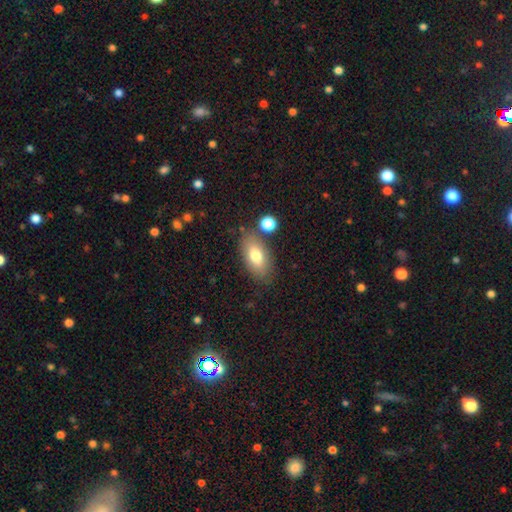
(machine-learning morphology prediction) smooth 75%, featured or disk 17%, star or artifact 8%. Down the decision tree: how rounded — in between (90%); merging — none (77%).